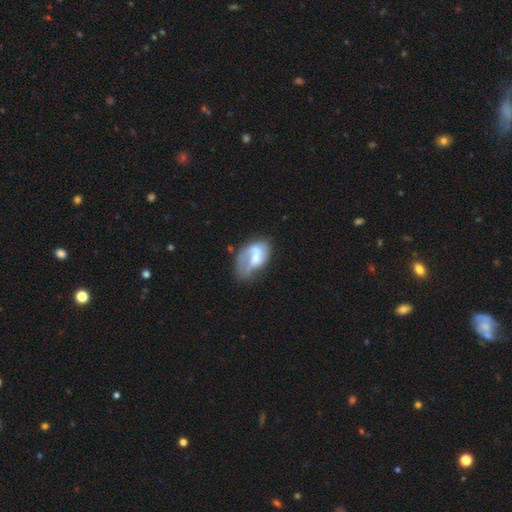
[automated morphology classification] Q: Smooth or featured?
A: featured or disk (53%); runner-up: smooth (40%)
Q: Edge-on disk?
A: no (96%); runner-up: yes (4%)
Q: Bar?
A: no (47%); runner-up: weak (36%)
Q: Spiral arms?
A: yes (58%); runner-up: no (42%)
Q: Bulge size?
A: moderate (32%); runner-up: none (27%)
Q: Merging?
A: major disturbance (33%); runner-up: none (31%)